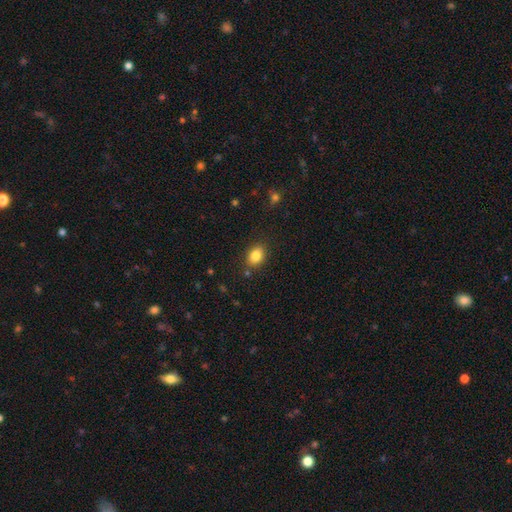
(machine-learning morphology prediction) smooth-or-featured: smooth: 83% | star or artifact: 10% | featured or disk: 7%
  how-rounded: in between: 67% | round: 32% | cigar-shaped: 1%
  merging: none: 84% | minor disturbance: 11% | major disturbance: 3% | merger: 3%